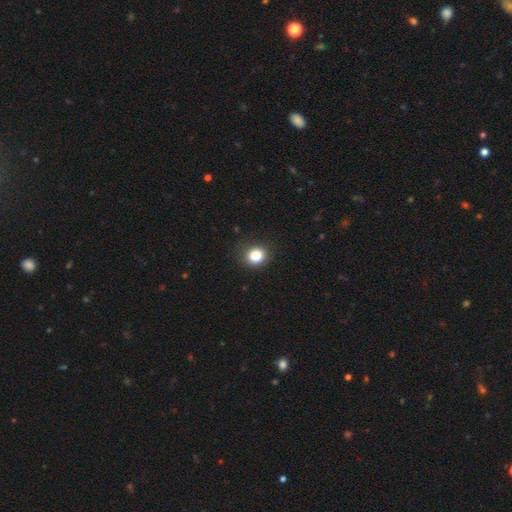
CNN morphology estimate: This is clearly a smooth galaxy (84%). How rounded: likely round (75%). Merging: clearly none (87%).